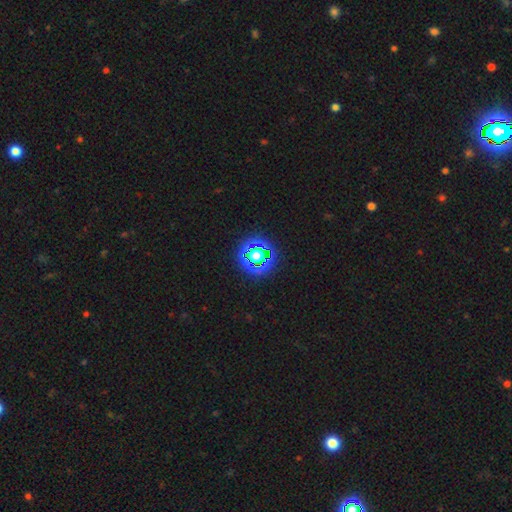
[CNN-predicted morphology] star or artifact 53%, smooth 35%, featured or disk 13%.